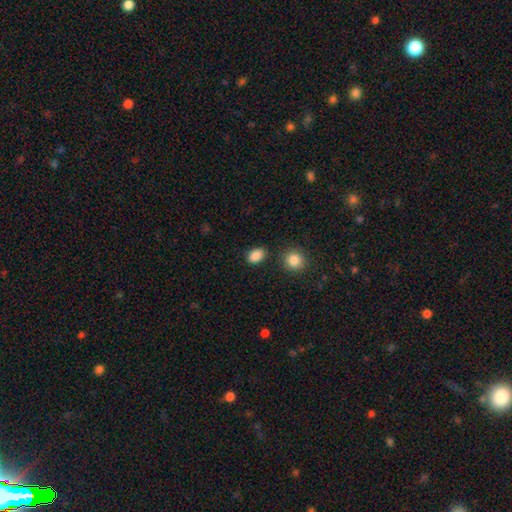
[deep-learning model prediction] This appears to be a smooth galaxy with no disk features (88%) that is in between round and cigar-shaped (79%). Merging: none (83%).